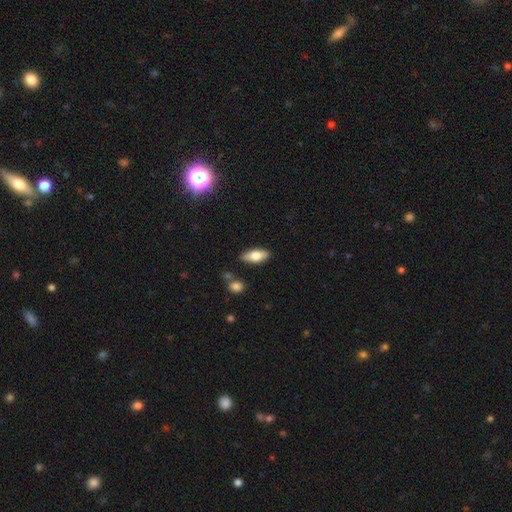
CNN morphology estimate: Smooth or featured? Predicted: smooth (p=0.70). How rounded? Predicted: in between (p=0.77). Merging? Predicted: none (p=0.83).